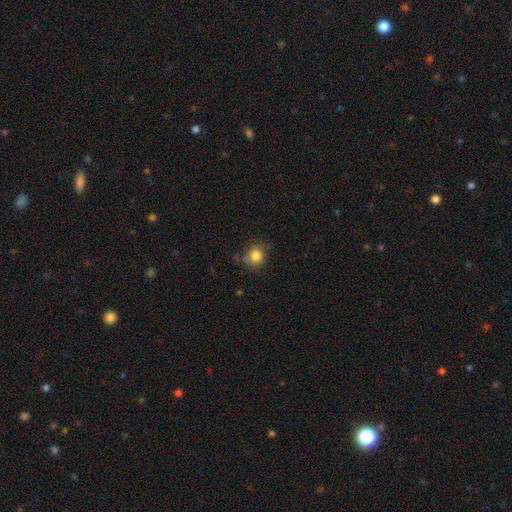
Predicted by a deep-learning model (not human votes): Smooth or featured? Predicted: smooth (p=0.81). How rounded? Predicted: round (p=0.81). Merging? Predicted: none (p=0.65).